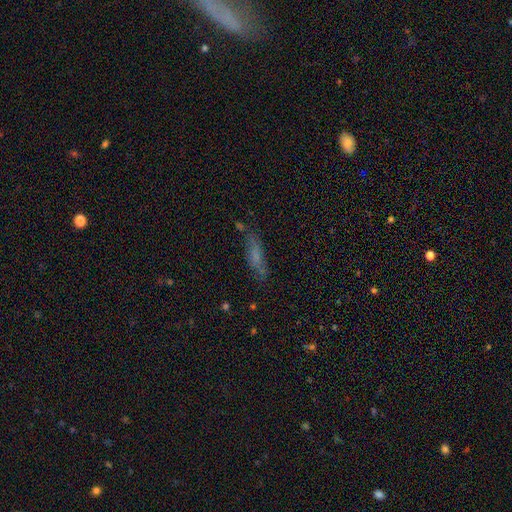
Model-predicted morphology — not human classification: A smooth galaxy with no disk features (56%) that is cigar-shaped (69%). Merging: none (68%).